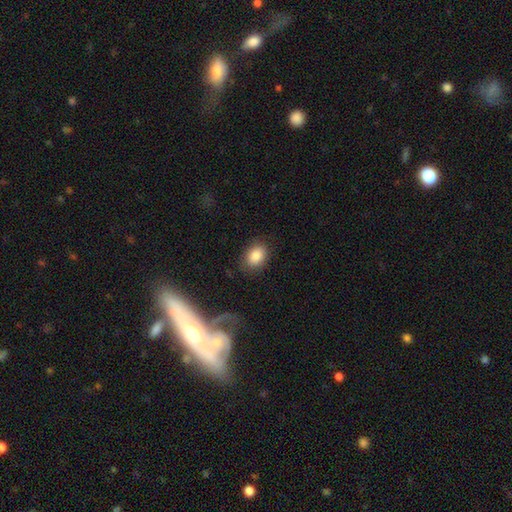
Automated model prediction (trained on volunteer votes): Smooth or featured?
  - smooth: 84% *
  - star or artifact: 9%
  - featured or disk: 7%
How rounded?
  - in between: 70% *
  - round: 29%
  - cigar-shaped: 1%
Merging?
  - none: 83% *
  - minor disturbance: 12%
  - major disturbance: 4%
  - merger: 2%